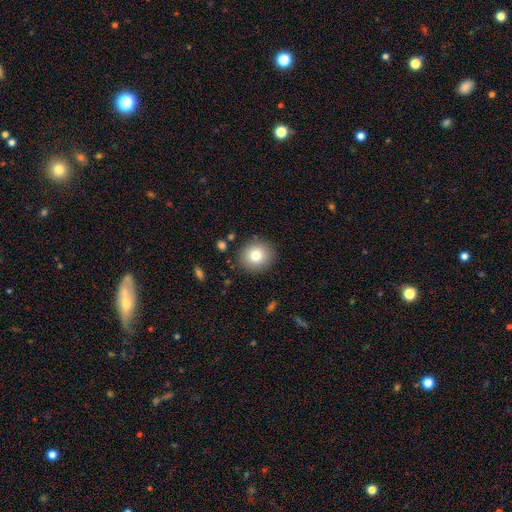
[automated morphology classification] Smooth or featured?
  - smooth: 79% *
  - featured or disk: 11%
  - star or artifact: 10%
How rounded?
  - round: 88% *
  - in between: 11%
  - cigar-shaped: 1%
Merging?
  - none: 88% *
  - minor disturbance: 8%
  - major disturbance: 3%
  - merger: 2%